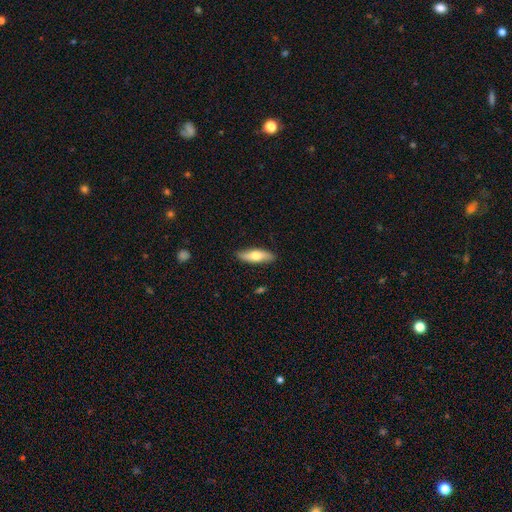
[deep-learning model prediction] A smooth galaxy with no disk features (64%) that is in between round and cigar-shaped (50%). Merging: none (87%).